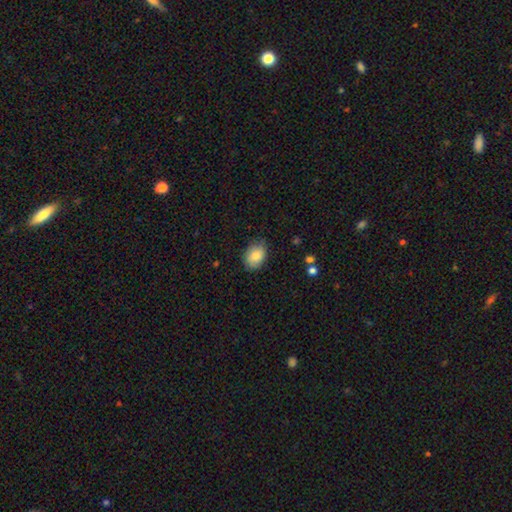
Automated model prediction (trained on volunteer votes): smooth-or-featured: smooth: 84% | featured or disk: 9% | star or artifact: 7%
  how-rounded: in between: 73% | round: 26% | cigar-shaped: 1%
  merging: none: 75% | minor disturbance: 20% | major disturbance: 3% | merger: 1%